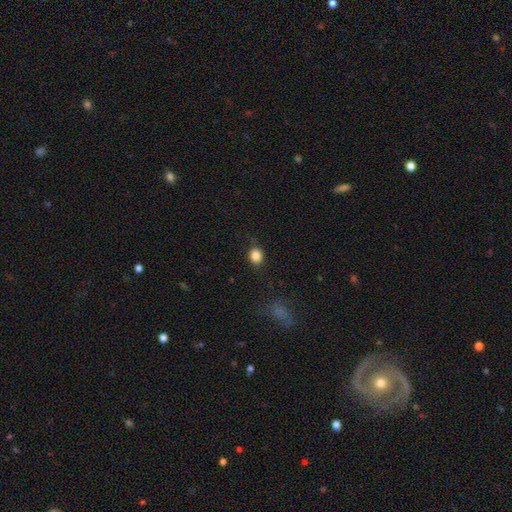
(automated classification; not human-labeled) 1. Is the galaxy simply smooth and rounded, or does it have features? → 84% smooth, 11% star or artifact, 5% featured or disk.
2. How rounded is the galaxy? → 65% round, 34% in between, 1% cigar-shaped.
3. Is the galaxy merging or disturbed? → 81% none, 14% minor disturbance, 4% major disturbance, 1% merger.